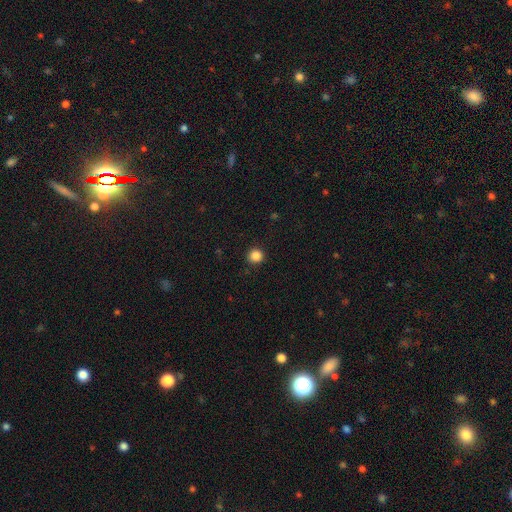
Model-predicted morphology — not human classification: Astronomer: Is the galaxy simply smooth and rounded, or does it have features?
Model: smooth — 86%.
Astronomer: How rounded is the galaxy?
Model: round — 93%.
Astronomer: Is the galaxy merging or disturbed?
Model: none — 92%.